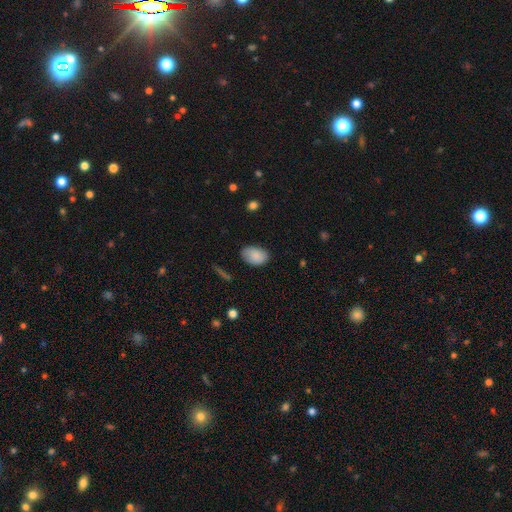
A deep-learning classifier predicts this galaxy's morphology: smooth-or-featured: smooth: 87% | star or artifact: 7% | featured or disk: 6%
  how-rounded: in between: 89% | round: 10% | cigar-shaped: 1%
  merging: none: 76% | minor disturbance: 19% | major disturbance: 4% | merger: 1%